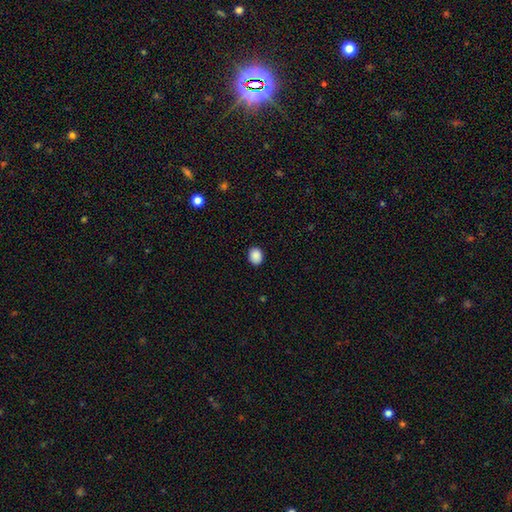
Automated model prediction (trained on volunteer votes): smooth 89%, star or artifact 8%, featured or disk 3%. Down the decision tree: how rounded — round (54%); merging — none (89%).